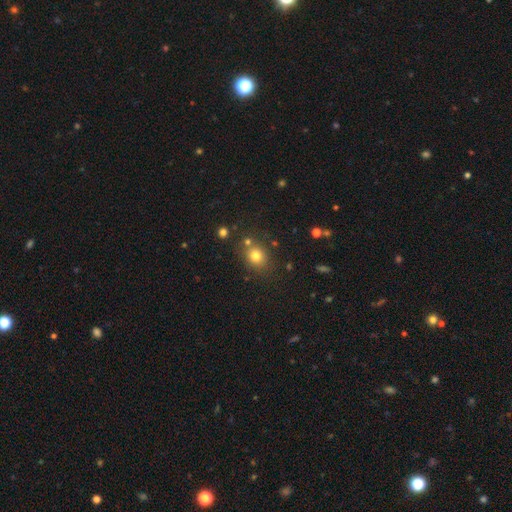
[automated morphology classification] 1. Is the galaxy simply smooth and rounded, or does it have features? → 78% smooth, 14% star or artifact, 8% featured or disk.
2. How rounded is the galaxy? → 72% round, 27% in between, 1% cigar-shaped.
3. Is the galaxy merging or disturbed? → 75% none, 11% minor disturbance, 10% merger, 4% major disturbance.